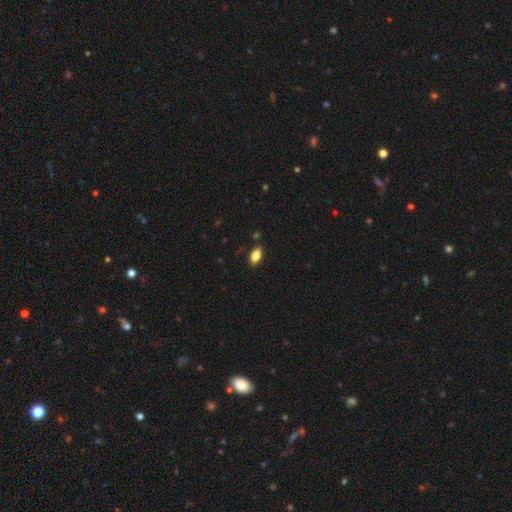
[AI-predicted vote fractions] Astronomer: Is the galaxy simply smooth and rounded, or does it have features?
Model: smooth — 81%.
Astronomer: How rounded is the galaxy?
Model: in between — 90%.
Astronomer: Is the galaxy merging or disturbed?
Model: none — 86%.